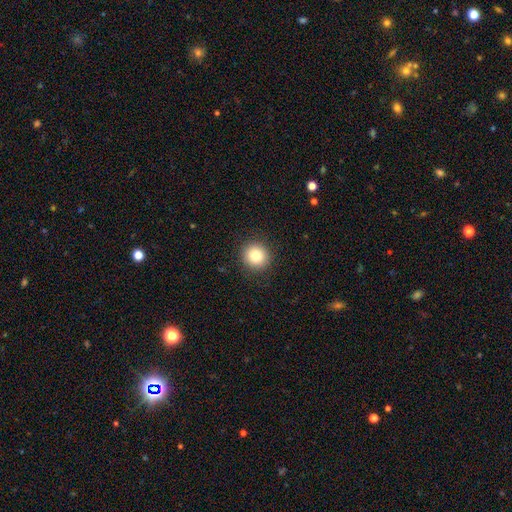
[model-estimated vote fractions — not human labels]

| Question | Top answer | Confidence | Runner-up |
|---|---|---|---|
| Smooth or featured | smooth | 84% | star or artifact (10%) |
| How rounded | round | 91% | in between (8%) |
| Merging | none | 91% | minor disturbance (6%) |